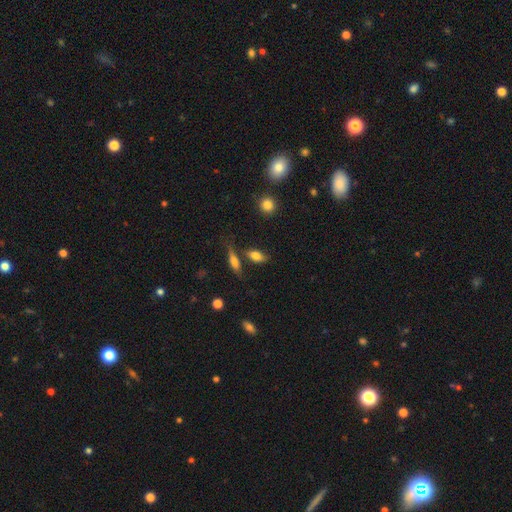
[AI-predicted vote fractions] smooth 78%, featured or disk 14%, star or artifact 8%. Down the decision tree: how rounded — in between (83%); merging — none (69%).